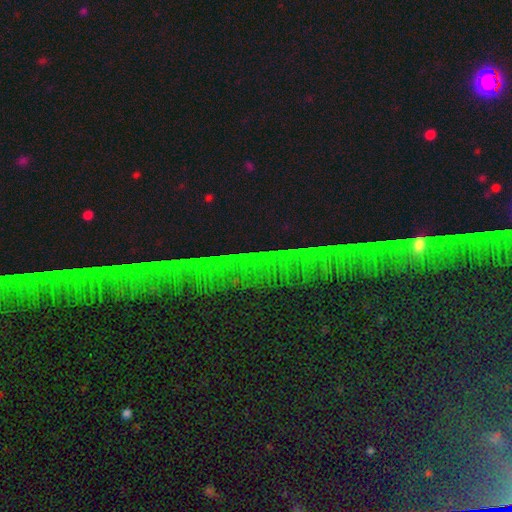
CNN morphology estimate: type=star or artifact (78%).